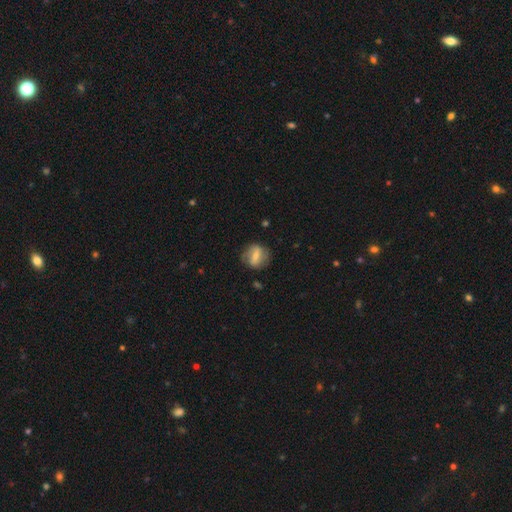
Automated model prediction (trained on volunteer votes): The model was most divided on "smooth or featured": featured or disk: 49%, smooth: 44%, star or artifact: 8%. More confident: merging — none (75%).